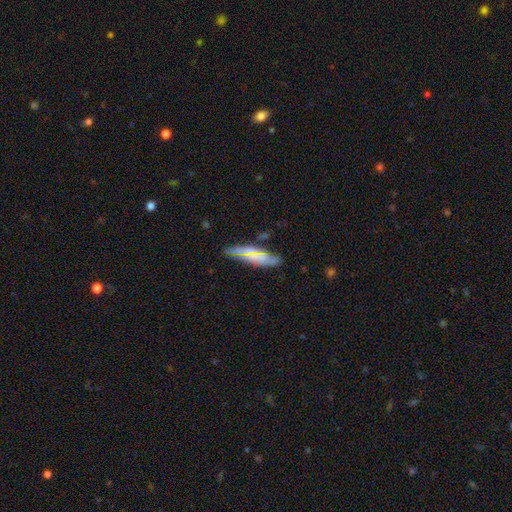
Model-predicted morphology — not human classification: This is likely a smooth galaxy (65%). How rounded: possibly cigar-shaped (48%, tied with in between). Merging: clearly none (82%).